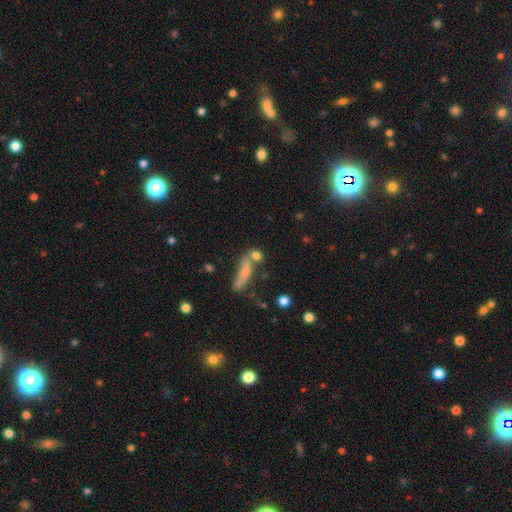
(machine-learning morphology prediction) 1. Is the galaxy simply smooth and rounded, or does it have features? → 37% smooth, 34% star or artifact, 29% featured or disk.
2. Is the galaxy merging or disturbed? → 52% none, 23% merger, 15% minor disturbance, 10% major disturbance.